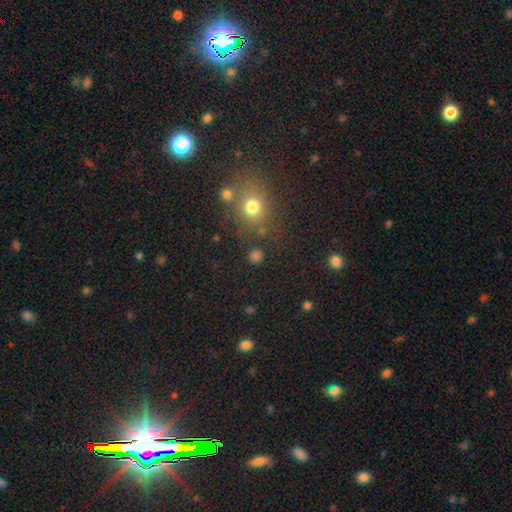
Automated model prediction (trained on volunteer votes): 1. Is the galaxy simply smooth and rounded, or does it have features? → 73% smooth, 21% star or artifact, 6% featured or disk.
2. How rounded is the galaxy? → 87% round, 11% in between, 1% cigar-shaped.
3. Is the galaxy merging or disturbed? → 81% none, 8% minor disturbance, 7% merger, 4% major disturbance.